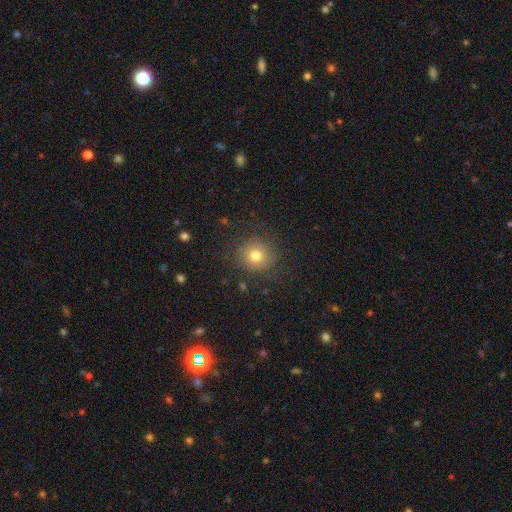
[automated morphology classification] Smooth or featured? smooth (76%)
How rounded? round (89%)
Merging? none (84%)